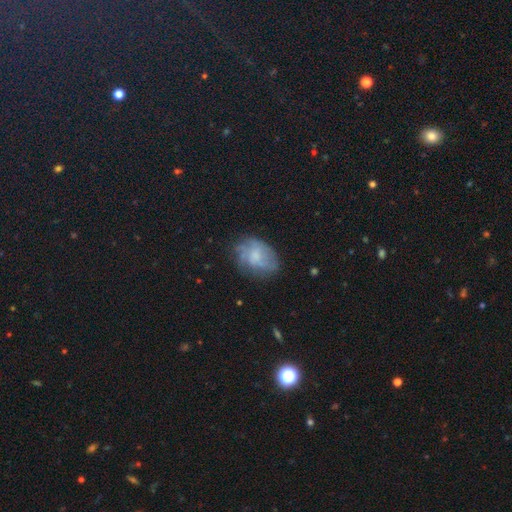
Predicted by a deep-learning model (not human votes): Overall: featured or disk (48%; smooth 43%). Merging: none (62%; minor disturbance 24%).